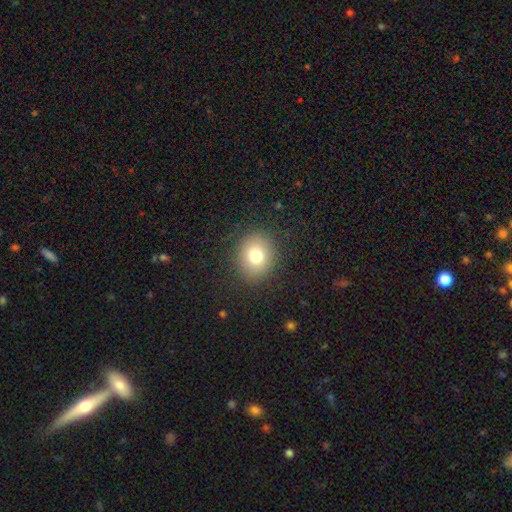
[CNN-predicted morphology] Q: Smooth or featured?
A: smooth (75%); runner-up: star or artifact (13%)
Q: How rounded?
A: round (73%); runner-up: in between (26%)
Q: Merging?
A: none (88%); runner-up: minor disturbance (7%)